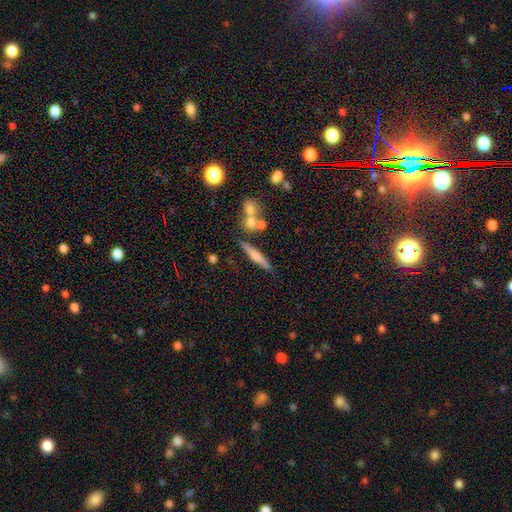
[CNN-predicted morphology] Q: Smooth or featured?
A: smooth (49%); runner-up: featured or disk (43%)
Q: Merging?
A: none (75%); runner-up: merger (11%)